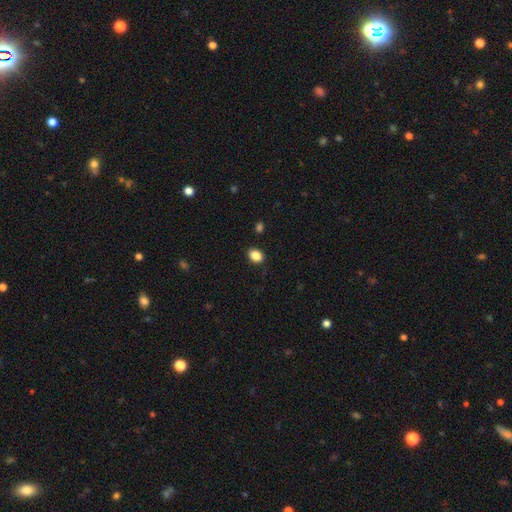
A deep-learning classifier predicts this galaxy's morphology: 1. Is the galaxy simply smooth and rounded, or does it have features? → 87% smooth, 9% star or artifact, 3% featured or disk.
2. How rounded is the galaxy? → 67% in between, 32% round, 1% cigar-shaped.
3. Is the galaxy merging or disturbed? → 87% none, 9% minor disturbance, 2% major disturbance, 1% merger.